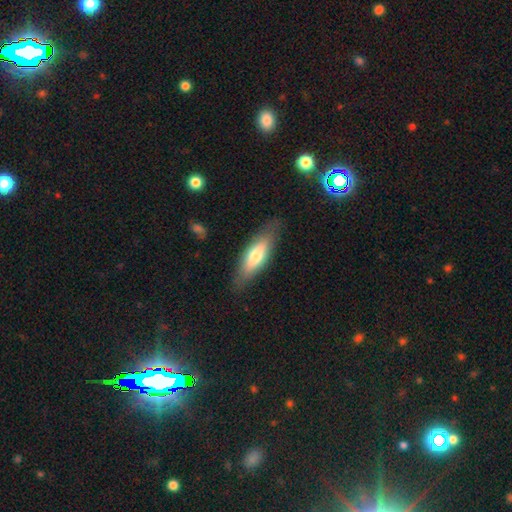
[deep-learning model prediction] Q: Smooth or featured?
A: smooth (65%); runner-up: featured or disk (29%)
Q: How rounded?
A: in between (54%); runner-up: cigar-shaped (44%)
Q: Merging?
A: none (81%); runner-up: minor disturbance (14%)